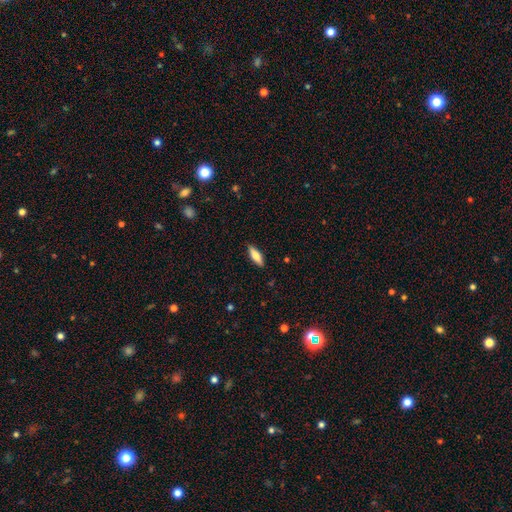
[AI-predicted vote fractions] Smooth or featured? Predicted: smooth (p=0.74). How rounded? Predicted: in between (p=0.50). Merging? Predicted: none (p=0.88).